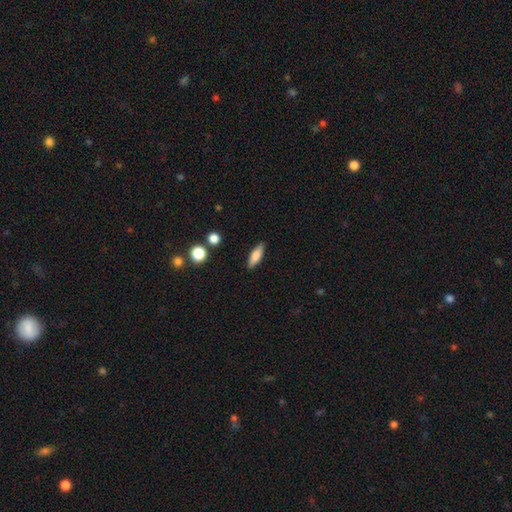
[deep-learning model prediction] This is likely a smooth galaxy (76%). How rounded: possibly cigar-shaped (50%). Merging: clearly none (86%).